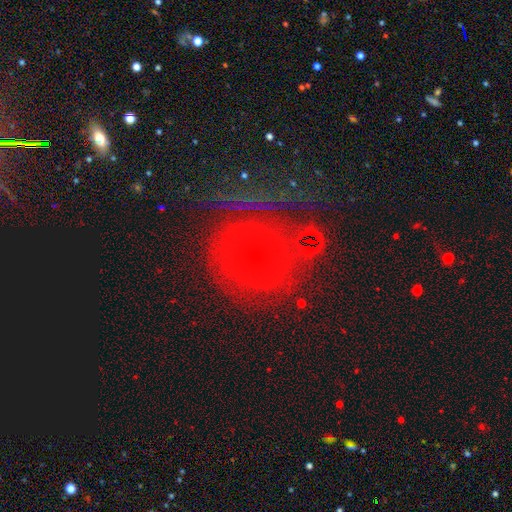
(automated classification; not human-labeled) A featured or disk galaxy (37%). Merging: none (75%).